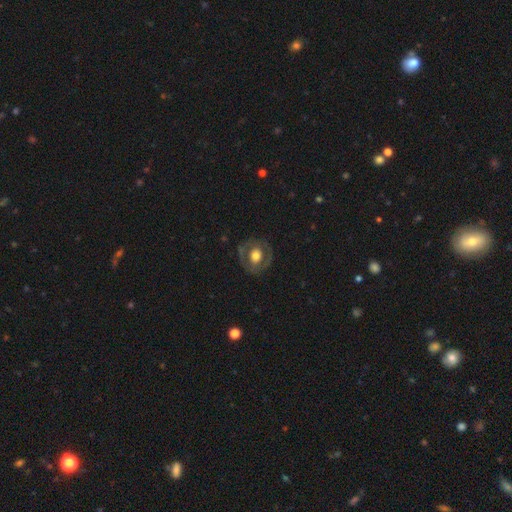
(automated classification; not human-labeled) Morphology: type=featured or disk (52%); edge-on=no (95%); merging=none (79%).